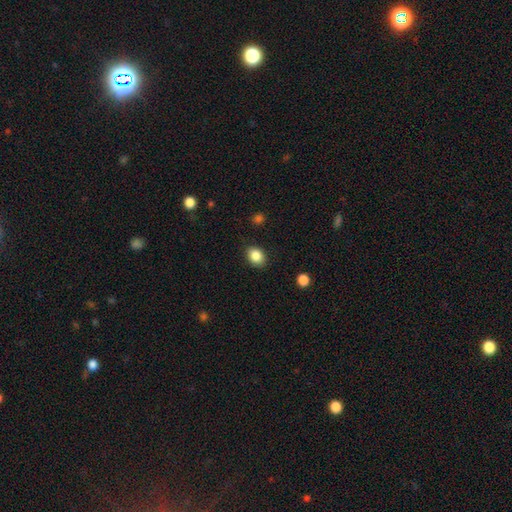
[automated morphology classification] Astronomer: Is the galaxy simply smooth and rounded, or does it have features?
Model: smooth — 87%.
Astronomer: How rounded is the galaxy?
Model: in between — 53% (runner-up: round, 46%).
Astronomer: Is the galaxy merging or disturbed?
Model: none — 88%.